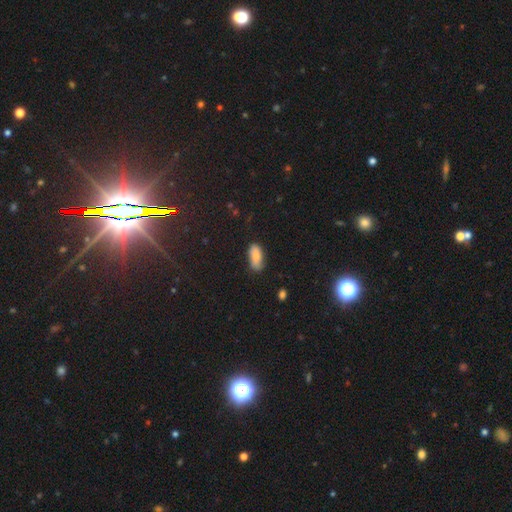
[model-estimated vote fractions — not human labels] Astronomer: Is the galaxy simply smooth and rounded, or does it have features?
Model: smooth — 80%.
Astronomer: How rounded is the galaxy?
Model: in between — 87%.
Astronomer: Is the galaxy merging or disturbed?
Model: none — 68%.